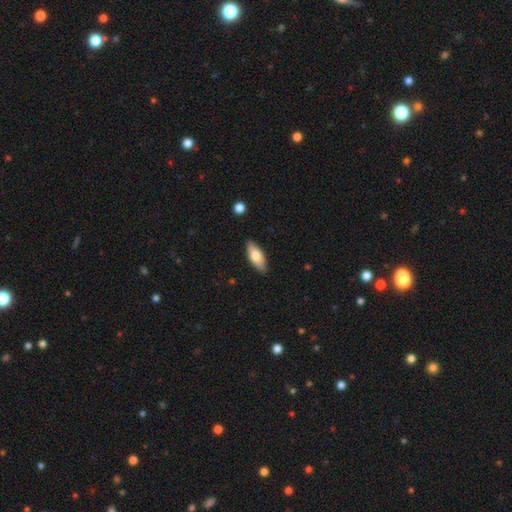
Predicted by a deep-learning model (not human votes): Smooth or featured? smooth (73%)
How rounded? in between (78%)
Merging? none (87%)